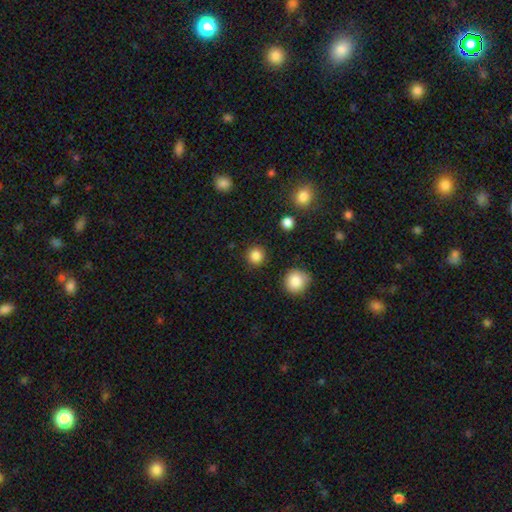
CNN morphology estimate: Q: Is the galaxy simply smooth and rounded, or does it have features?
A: smooth — 85%.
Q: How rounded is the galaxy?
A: round — 94%.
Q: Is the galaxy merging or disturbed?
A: none — 90%.